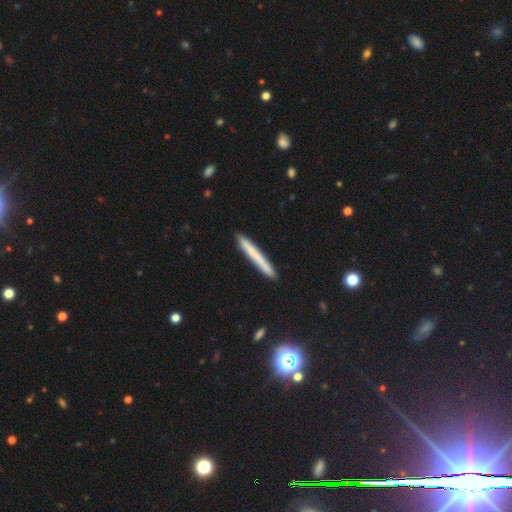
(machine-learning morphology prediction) Smooth or featured? Predicted: smooth (p=0.66). How rounded? Predicted: cigar-shaped (p=0.97). Merging? Predicted: none (p=0.90).